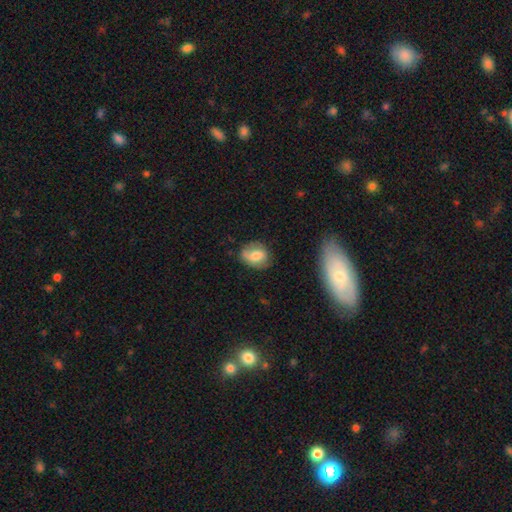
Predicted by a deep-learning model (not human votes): smooth_or_featured: smooth (p=0.71) [alt: featured or disk p=0.21]
how_rounded: in between (p=0.55) [alt: round p=0.44]
merging: none (p=0.69) [alt: minor disturbance p=0.23]